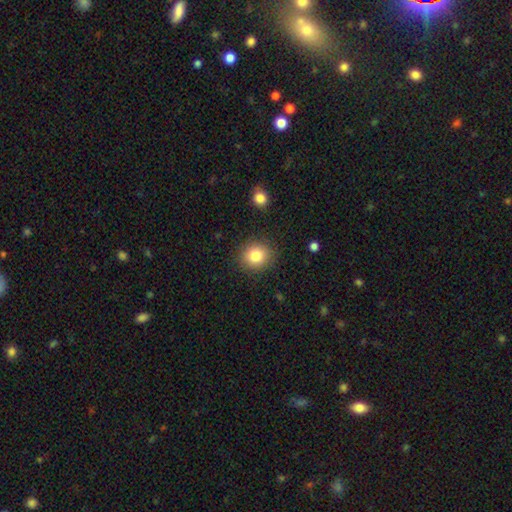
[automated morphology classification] Overall: smooth (82%). How rounded: round (78%). Merging: none (88%).